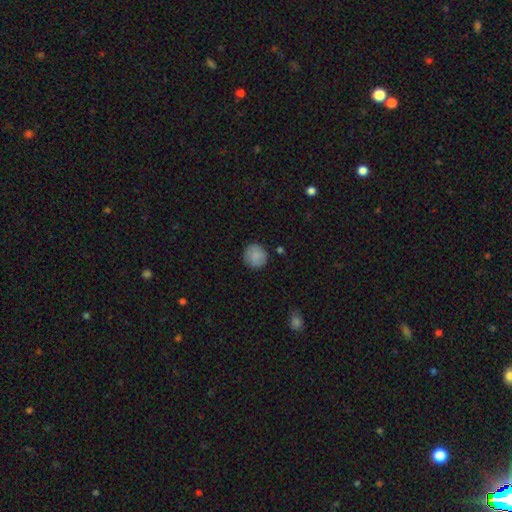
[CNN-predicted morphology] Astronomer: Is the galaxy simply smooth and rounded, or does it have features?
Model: smooth — 86%.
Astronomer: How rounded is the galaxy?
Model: round — 93%.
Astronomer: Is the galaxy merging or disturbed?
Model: none — 87%.